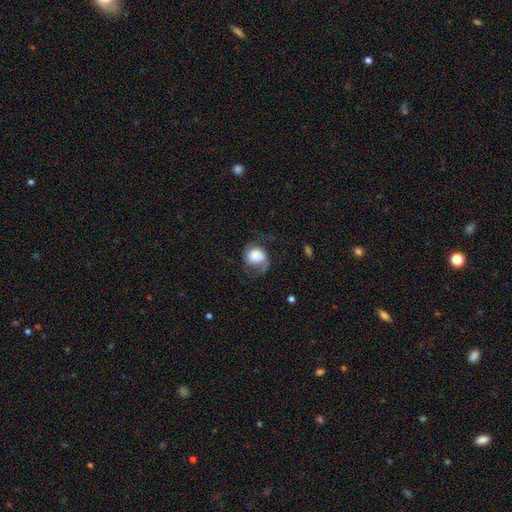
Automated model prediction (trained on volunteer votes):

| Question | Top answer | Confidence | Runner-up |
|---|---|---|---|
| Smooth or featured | smooth | 63% | featured or disk (29%) |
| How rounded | round | 67% | in between (32%) |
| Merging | none | 40% | major disturbance (29%) |